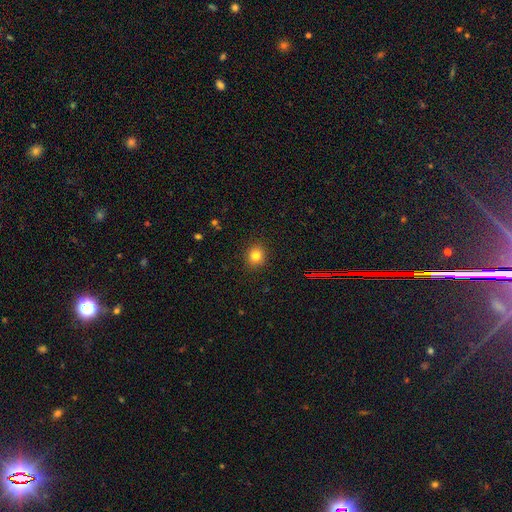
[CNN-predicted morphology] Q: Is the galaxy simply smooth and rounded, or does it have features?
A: smooth — 80%.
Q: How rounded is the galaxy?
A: round — 83%.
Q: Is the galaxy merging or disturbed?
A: none — 90%.